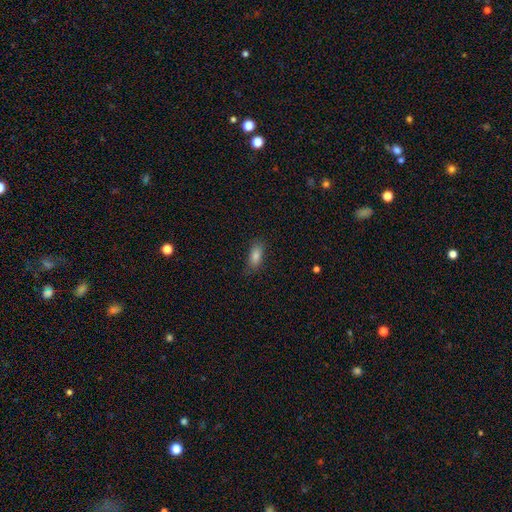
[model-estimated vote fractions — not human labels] A smooth galaxy with no disk features (80%) that is in between round and cigar-shaped (78%). Merging: none (82%).